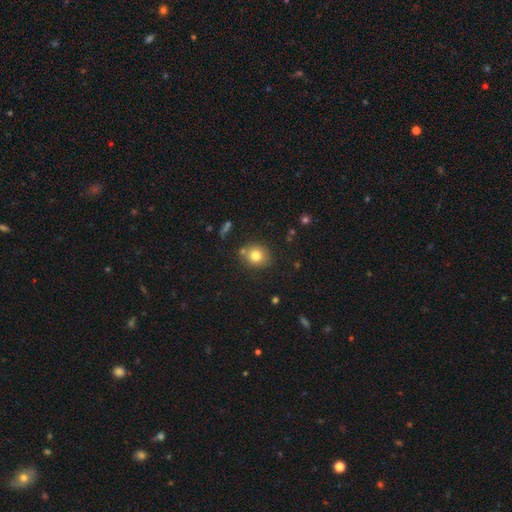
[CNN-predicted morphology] This appears to be a smooth galaxy with no disk features (79%) that is round (78%). Merging: none (78%).